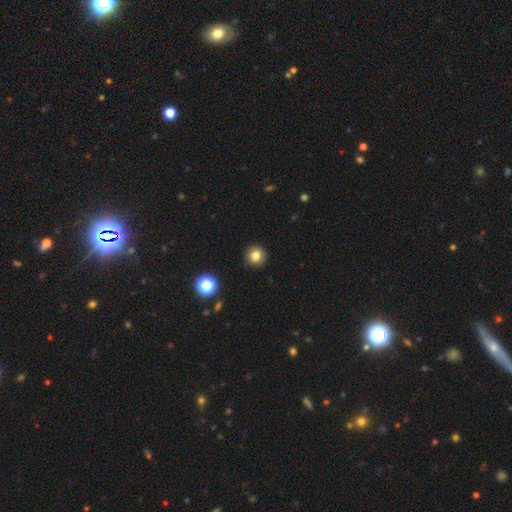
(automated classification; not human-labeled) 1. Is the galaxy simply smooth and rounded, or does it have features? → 81% smooth, 13% star or artifact, 7% featured or disk.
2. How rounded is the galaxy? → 93% round, 6% in between, 1% cigar-shaped.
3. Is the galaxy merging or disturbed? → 91% none, 6% minor disturbance, 2% major disturbance, 1% merger.